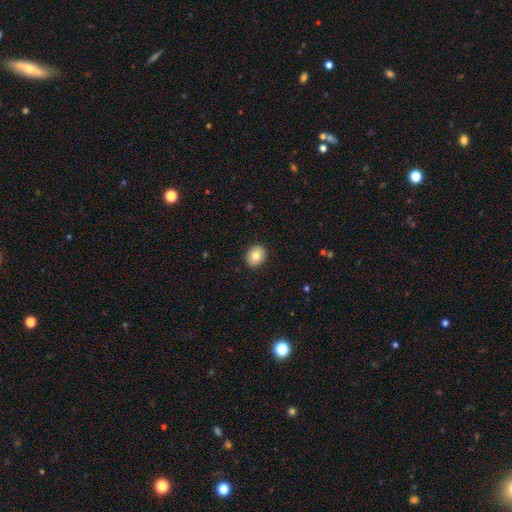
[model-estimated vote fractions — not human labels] Smooth or featured? smooth (81%)
How rounded? round (63%)
Merging? none (91%)